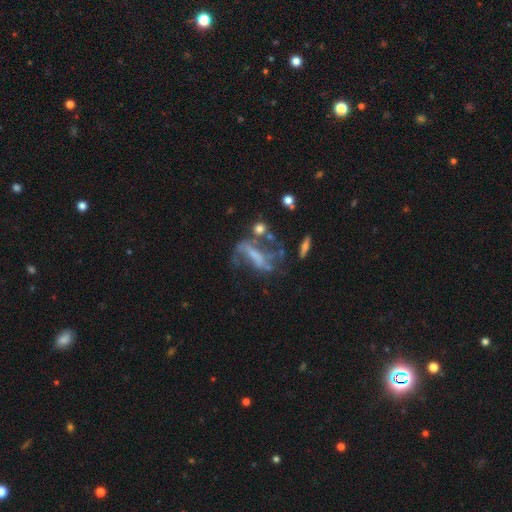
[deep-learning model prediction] This appears to be a featured or disk galaxy (69%) with a strong bar (40%), spiral arms (63%) and no central bulge (44%). Merging: none (34%).